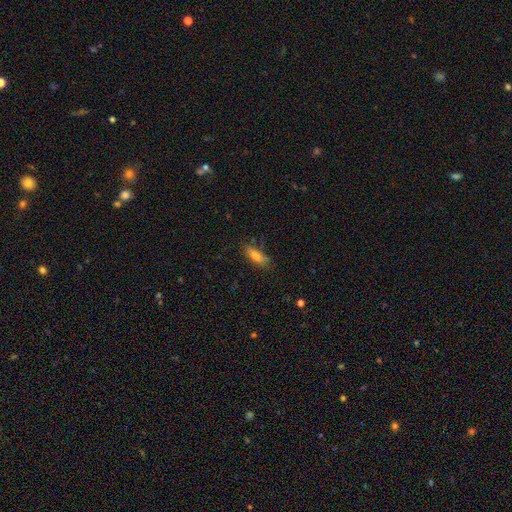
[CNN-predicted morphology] Smooth or featured: smooth — 77% (featured or disk — 14%)
How rounded: in between — 62% (cigar-shaped — 35%)
Merging: none — 75% (minor disturbance — 18%)